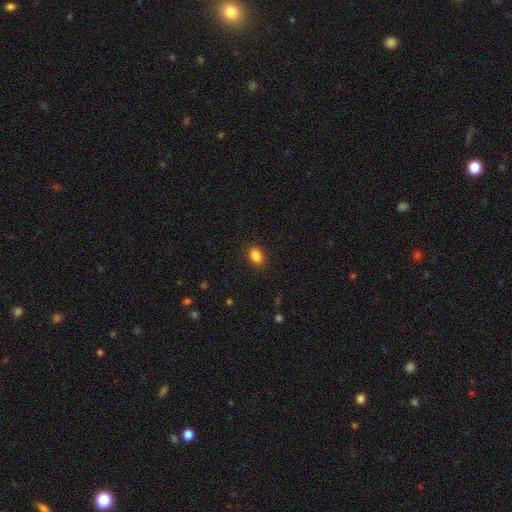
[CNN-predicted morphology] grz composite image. It shows a smooth galaxy with no disk features (87%) that is in between round and cigar-shaped (79%). Merging: none (87%).